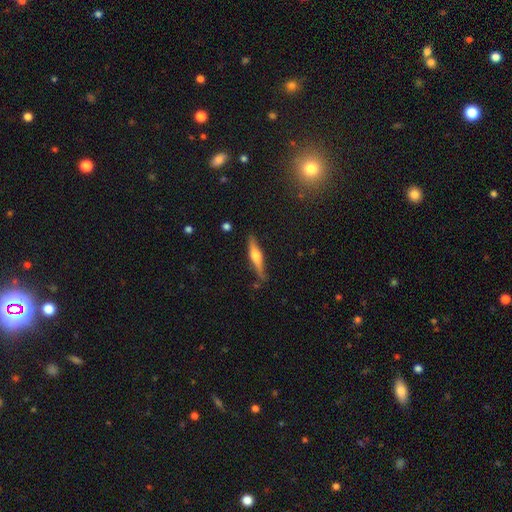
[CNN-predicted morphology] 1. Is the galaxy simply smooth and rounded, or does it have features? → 59% featured or disk, 35% smooth, 7% star or artifact.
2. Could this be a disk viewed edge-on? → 95% yes, 5% no.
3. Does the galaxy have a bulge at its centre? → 88% rounded, 7% boxy, 4% none.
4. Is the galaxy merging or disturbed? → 81% none, 14% minor disturbance, 3% major disturbance, 2% merger.